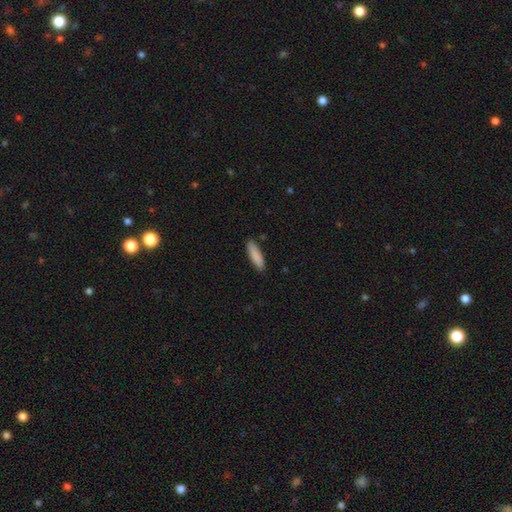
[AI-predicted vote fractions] Smooth or featured? Predicted: smooth (p=0.88). How rounded? Predicted: cigar-shaped (p=0.65). Merging? Predicted: none (p=0.87).